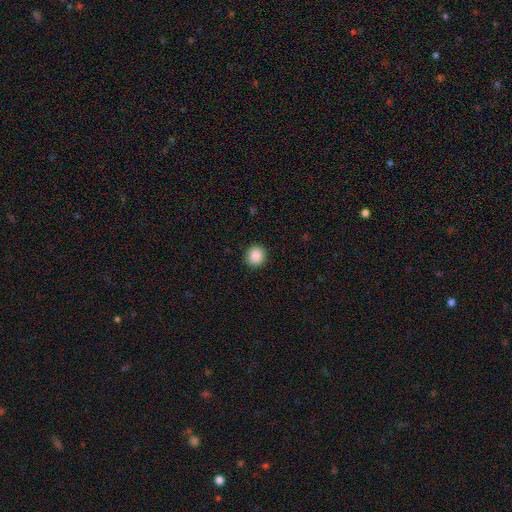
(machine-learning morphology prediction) smooth 88%, star or artifact 9%, featured or disk 3%. Down the decision tree: how rounded — round (84%); merging — none (90%).